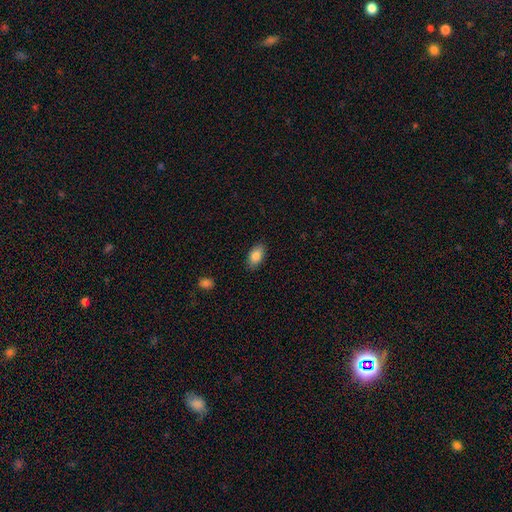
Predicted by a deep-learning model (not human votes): A smooth galaxy with no disk features (85%) that is in between round and cigar-shaped (92%).

Vote fractions:
- Smooth or featured? smooth: 85% / featured or disk: 8% / star or artifact: 7%
- How rounded? in between: 92% / round: 5% / cigar-shaped: 3%
- Merging? none: 87% / minor disturbance: 10% / major disturbance: 2% / merger: 1%